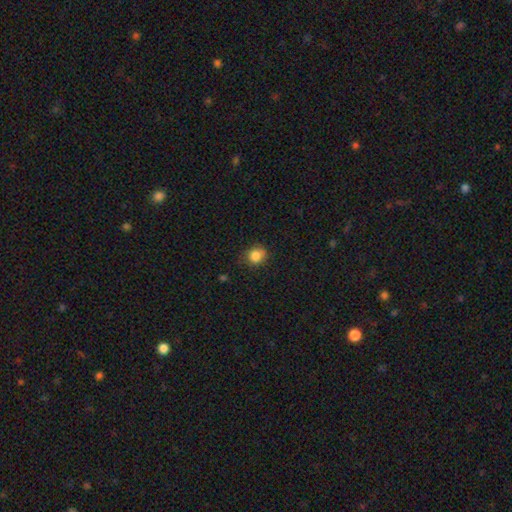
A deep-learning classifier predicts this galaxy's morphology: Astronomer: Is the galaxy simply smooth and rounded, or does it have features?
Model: smooth — 85%.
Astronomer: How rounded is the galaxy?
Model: round — 69%.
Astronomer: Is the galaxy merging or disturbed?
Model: none — 76%.